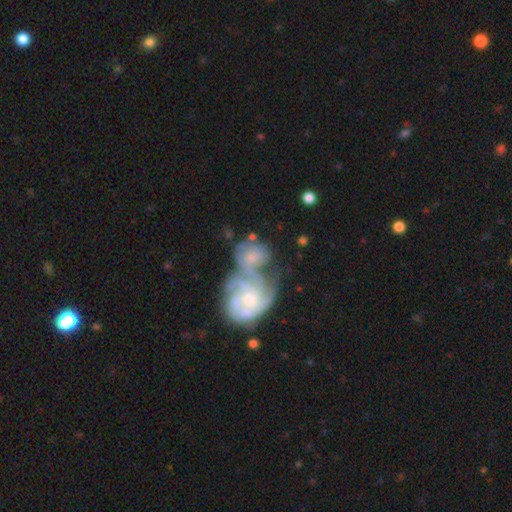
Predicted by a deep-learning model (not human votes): A featured or disk galaxy (65%) with no bar (72%), spiral arms (79%) and a small central bulge (47%).

Vote fractions:
- Smooth or featured? featured or disk: 65% / smooth: 27% / star or artifact: 8%
- Edge-on disk? no: 97% / yes: 3%
- Bar? no: 72% / weak: 23% / strong: 5%
- Spiral arms? yes: 79% / no: 21%
- Bulge size? small: 47% / moderate: 37% / none: 10% / large: 4% / dominant: 2%
- Merging? merger: 71% / none: 13% / major disturbance: 8% / minor disturbance: 7%